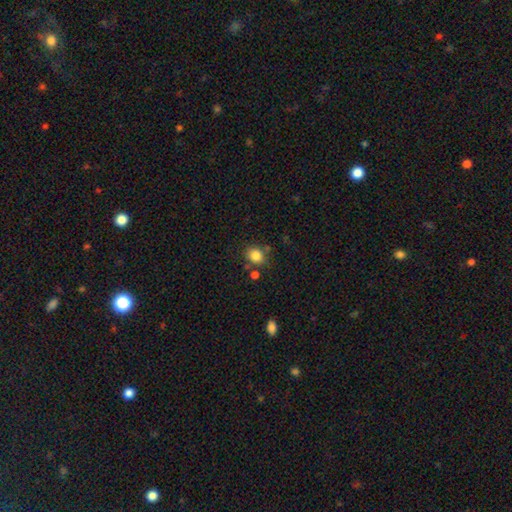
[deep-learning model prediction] Smooth or featured: smooth — 83% (star or artifact — 11%)
How rounded: round — 62% (in between — 38%)
Merging: none — 75% (minor disturbance — 13%)